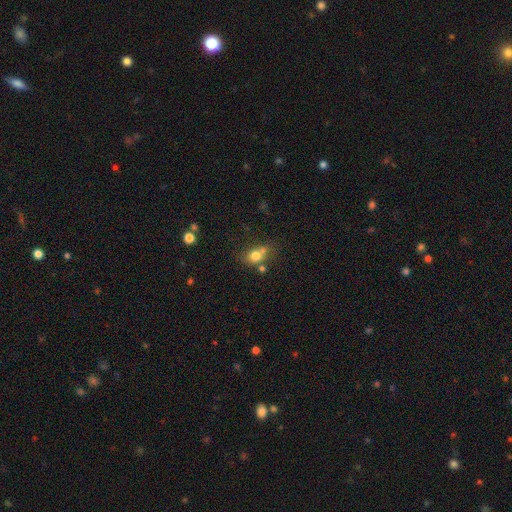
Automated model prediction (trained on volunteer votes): The model was most divided on "merging": none: 42%, merger: 38%, minor disturbance: 14%, major disturbance: 7%. More confident: smooth or featured — smooth (74%); how rounded — round (61%).